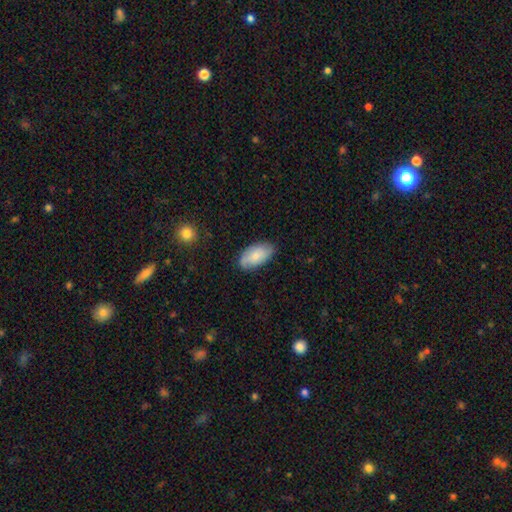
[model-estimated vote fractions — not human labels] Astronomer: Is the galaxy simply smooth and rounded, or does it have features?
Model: smooth — 70%.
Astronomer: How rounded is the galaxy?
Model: in between — 94%.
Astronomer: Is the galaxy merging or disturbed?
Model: none — 78%.